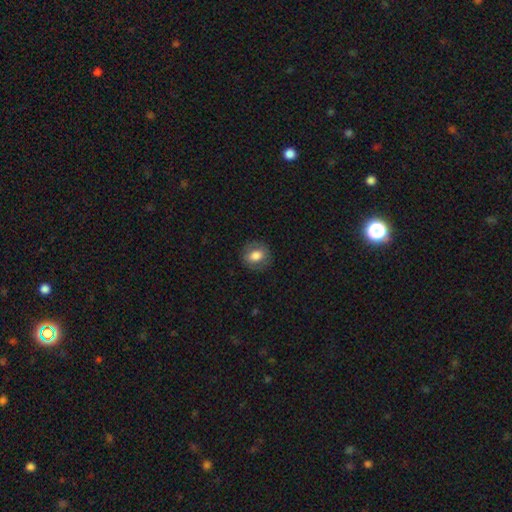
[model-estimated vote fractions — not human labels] smooth 76%, featured or disk 15%, star or artifact 8%. Down the decision tree: how rounded — round (58%); merging — none (83%).